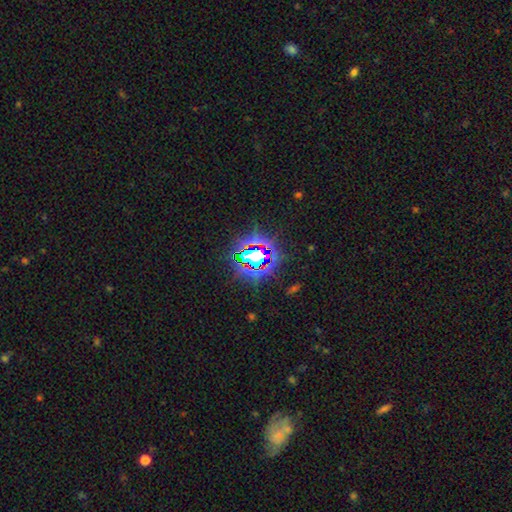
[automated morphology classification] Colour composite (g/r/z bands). It shows a star or artifact, not a galaxy (75%).